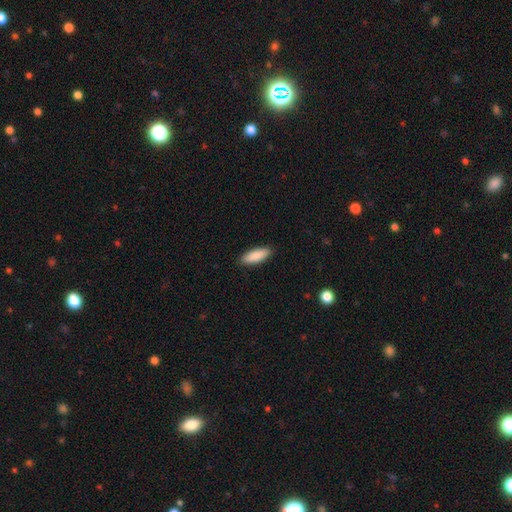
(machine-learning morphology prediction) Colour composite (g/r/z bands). It shows a smooth galaxy with no disk features (88%) that is in between round and cigar-shaped (61%). Merging: none (90%).